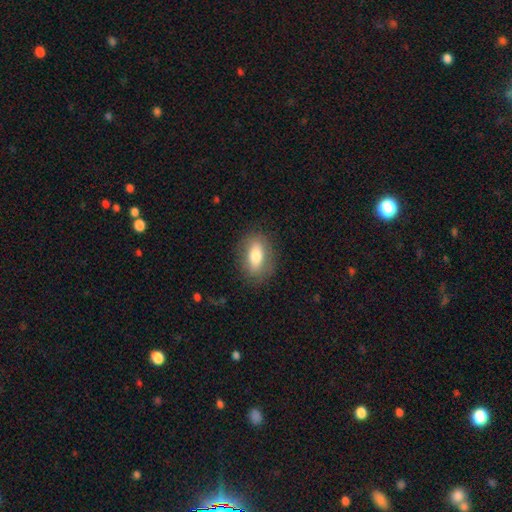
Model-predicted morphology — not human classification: Smooth or featured?
  - smooth: 70% *
  - featured or disk: 23%
  - star or artifact: 7%
How rounded?
  - in between: 82% *
  - round: 10%
  - cigar-shaped: 8%
Merging?
  - none: 83% *
  - minor disturbance: 12%
  - major disturbance: 4%
  - merger: 1%